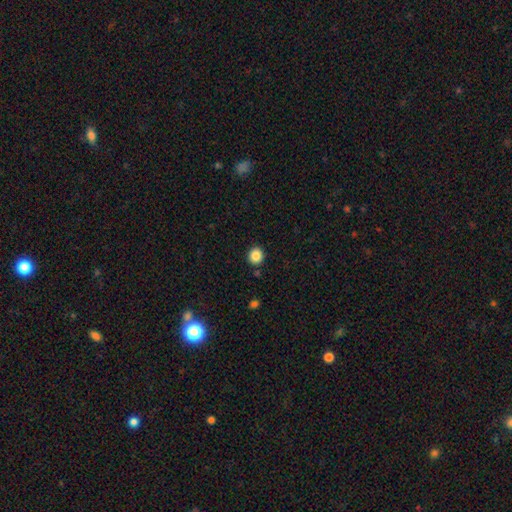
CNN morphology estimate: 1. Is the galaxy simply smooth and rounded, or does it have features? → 86% smooth, 10% star or artifact, 4% featured or disk.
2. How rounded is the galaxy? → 89% round, 10% in between, 1% cigar-shaped.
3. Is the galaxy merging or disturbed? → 90% none, 6% minor disturbance, 2% merger, 2% major disturbance.